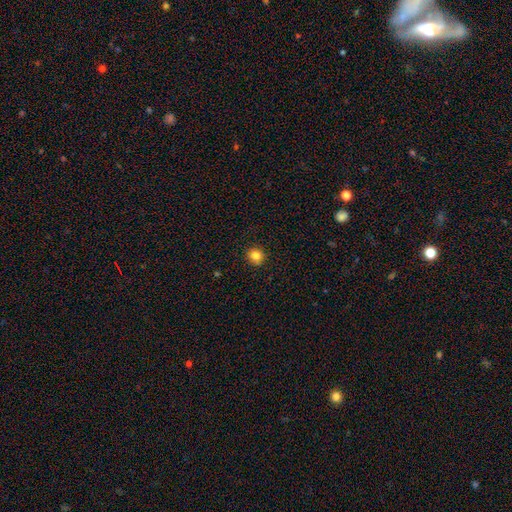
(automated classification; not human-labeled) smooth-or-featured: smooth: 83% | star or artifact: 12% | featured or disk: 5%
  how-rounded: round: 88% | in between: 11% | cigar-shaped: 1%
  merging: none: 91% | minor disturbance: 6% | major disturbance: 2% | merger: 1%